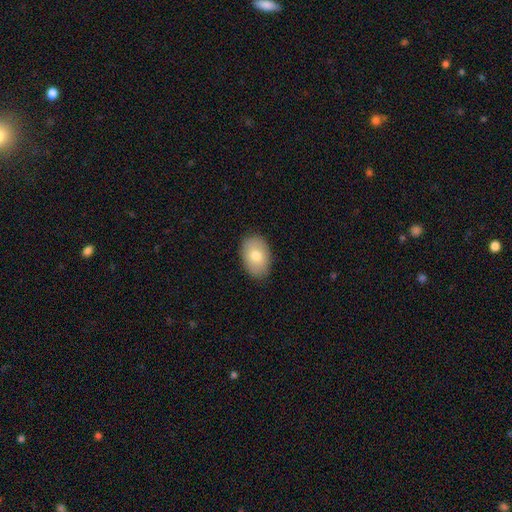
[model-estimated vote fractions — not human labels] Overall: smooth (77%). How rounded: in between (87%). Merging: none (86%).